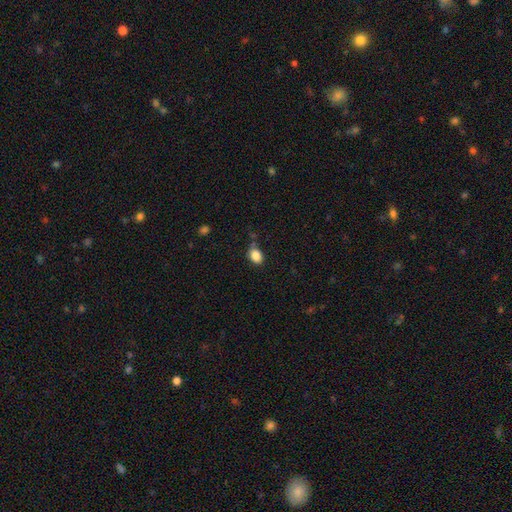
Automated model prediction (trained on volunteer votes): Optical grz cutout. It shows a smooth galaxy with no disk features (86%) that is in between round and cigar-shaped (70%). Merging: none (66%).